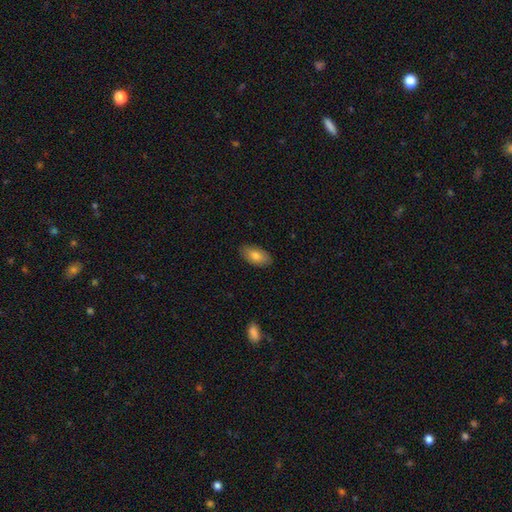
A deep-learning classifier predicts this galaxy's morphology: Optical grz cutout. It shows a smooth galaxy with no disk features (79%) that is in between round and cigar-shaped (93%). Merging: none (87%).